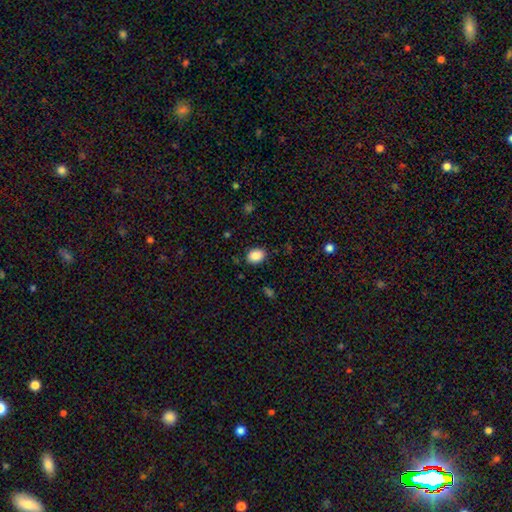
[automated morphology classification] type=smooth (88%); roundness=in between (69%); merging=none (86%).